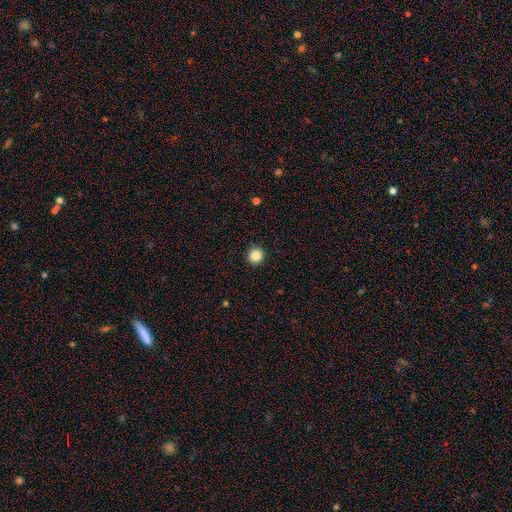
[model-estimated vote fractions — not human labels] A smooth galaxy with no disk features (85%) that is round (94%).

Vote fractions:
- Smooth or featured? smooth: 85% / star or artifact: 10% / featured or disk: 4%
- How rounded? round: 94% / in between: 5% / cigar-shaped: 1%
- Merging? none: 91% / minor disturbance: 7% / major disturbance: 2% / merger: 1%